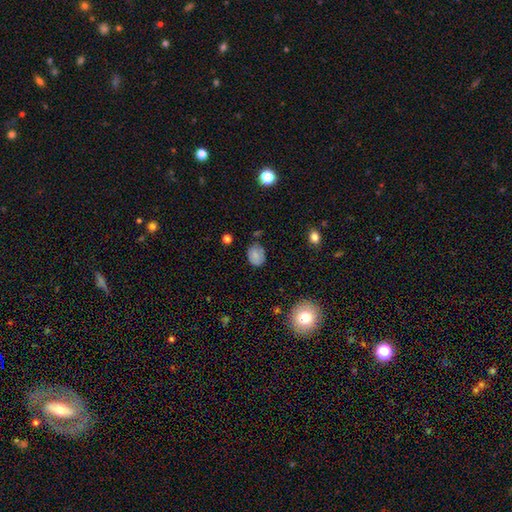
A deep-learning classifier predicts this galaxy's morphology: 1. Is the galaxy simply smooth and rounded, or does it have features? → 75% smooth, 15% featured or disk, 11% star or artifact.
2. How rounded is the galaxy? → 54% in between, 45% round, 1% cigar-shaped.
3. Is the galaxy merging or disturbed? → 70% none, 22% minor disturbance, 5% major disturbance, 3% merger.